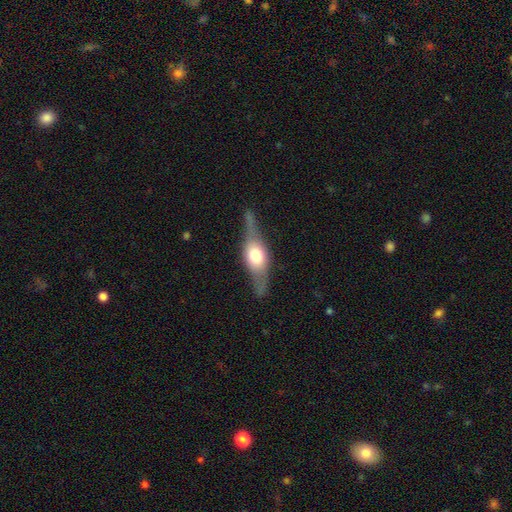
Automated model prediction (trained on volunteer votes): Smooth or featured: featured or disk — 64% (smooth — 30%)
Edge-on disk: yes — 88% (no — 12%)
Edge-on bulge: rounded — 92% (boxy — 6%)
Merging: none — 72% (minor disturbance — 19%)